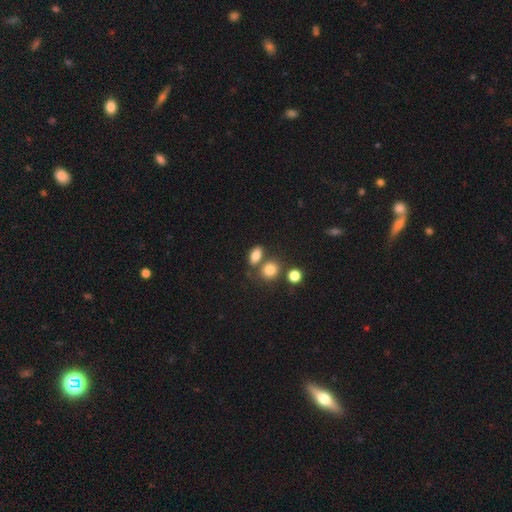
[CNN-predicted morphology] type=smooth (81%); roundness=in between (78%); merging=none (58%).